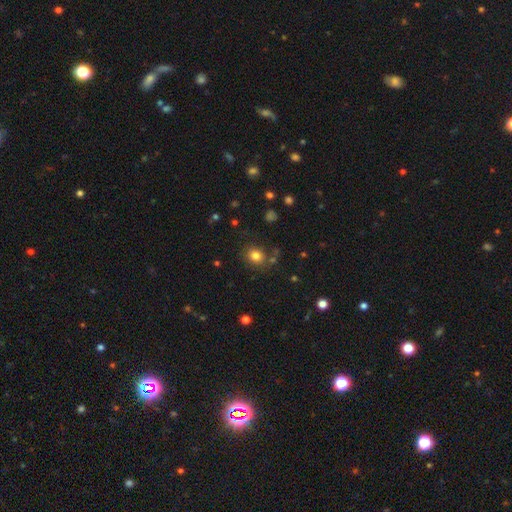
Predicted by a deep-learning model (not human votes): smooth 80%, star or artifact 13%, featured or disk 7%. Down the decision tree: how rounded — round (69%); merging — none (81%).